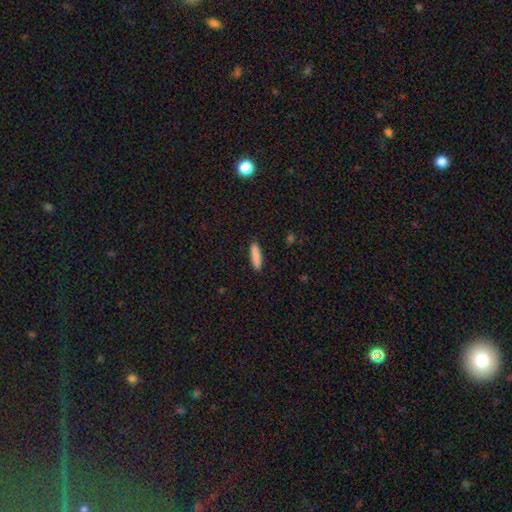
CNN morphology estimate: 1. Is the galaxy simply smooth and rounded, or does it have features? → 88% smooth, 6% star or artifact, 5% featured or disk.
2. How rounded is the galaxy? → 74% cigar-shaped, 25% in between, 2% round.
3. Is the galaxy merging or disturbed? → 90% none, 7% minor disturbance, 2% major disturbance, 1% merger.